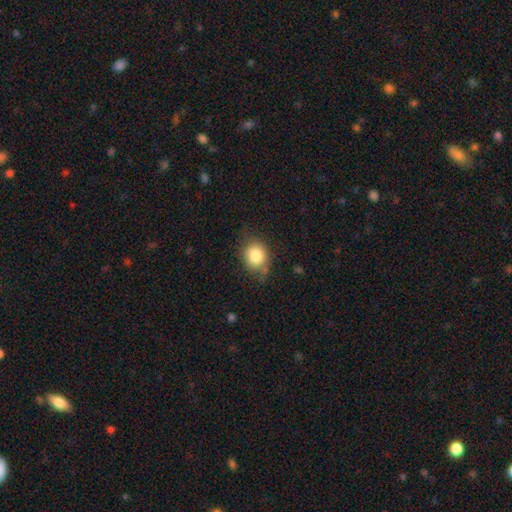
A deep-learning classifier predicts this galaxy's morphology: smooth 82%, star or artifact 9%, featured or disk 9%. Down the decision tree: how rounded — round (61%); merging — none (66%).